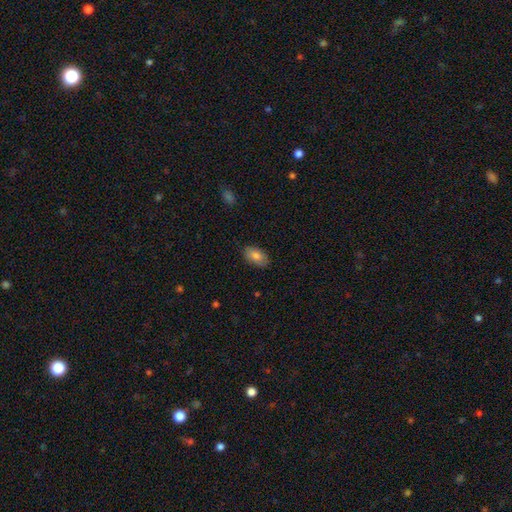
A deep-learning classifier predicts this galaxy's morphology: Smooth or featured?
  - smooth: 82% *
  - featured or disk: 11%
  - star or artifact: 7%
How rounded?
  - in between: 93% *
  - round: 5%
  - cigar-shaped: 2%
Merging?
  - none: 86% *
  - minor disturbance: 11%
  - major disturbance: 2%
  - merger: 1%